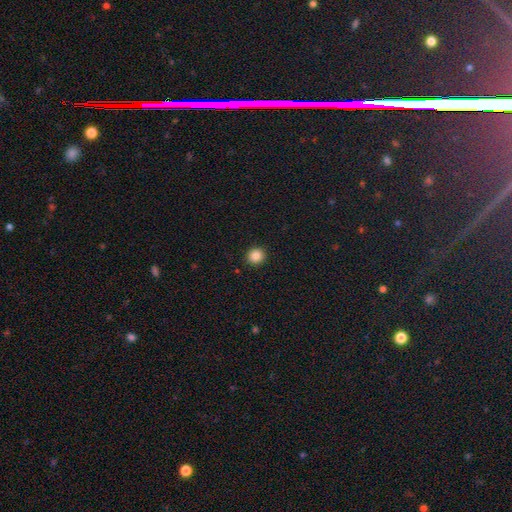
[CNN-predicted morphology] smooth-or-featured: smooth: 87% | star or artifact: 10% | featured or disk: 3%
  how-rounded: round: 87% | in between: 12% | cigar-shaped: 1%
  merging: none: 92% | minor disturbance: 6% | major disturbance: 2% | merger: 1%